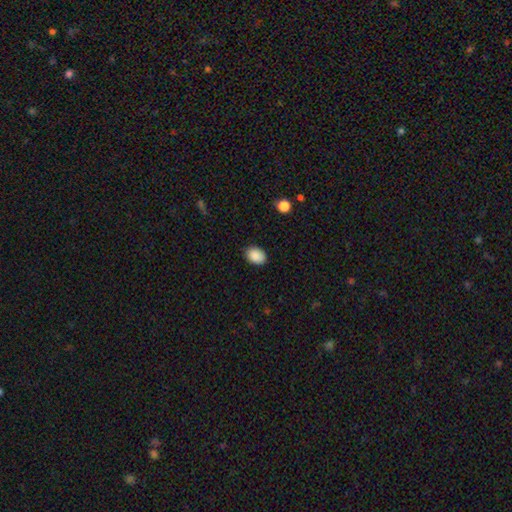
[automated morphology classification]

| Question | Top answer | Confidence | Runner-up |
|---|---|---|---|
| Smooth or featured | smooth | 89% | star or artifact (7%) |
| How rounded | in between | 75% | round (24%) |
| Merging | none | 85% | minor disturbance (12%) |